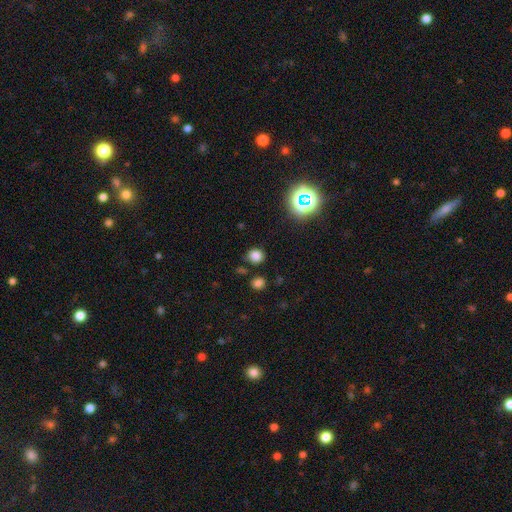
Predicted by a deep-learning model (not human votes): Morphology: type=smooth (75%); roundness=round (84%); merging=none (83%).